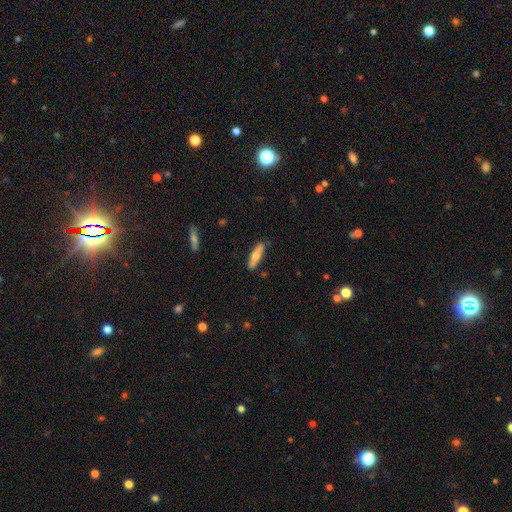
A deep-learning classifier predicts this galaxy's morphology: Smooth or featured: smooth — 55% (featured or disk — 39%)
How rounded: cigar-shaped — 70% (in between — 28%)
Merging: none — 86% (minor disturbance — 10%)